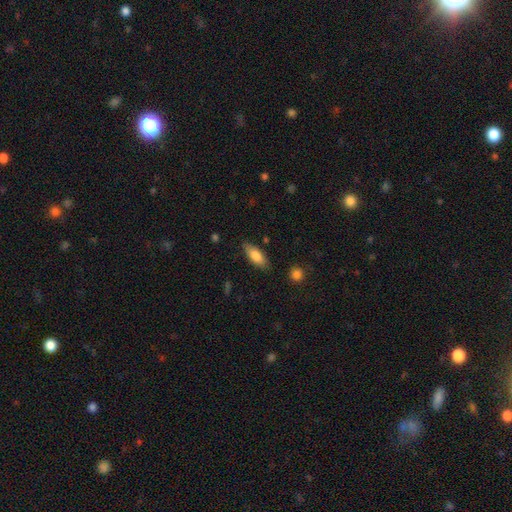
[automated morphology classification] type=smooth (79%); roundness=in between (74%); merging=none (82%).